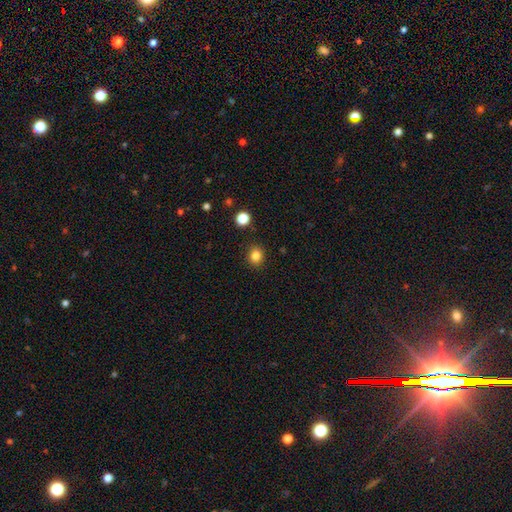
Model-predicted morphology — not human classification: Smooth or featured?
  - smooth: 83% *
  - star or artifact: 12%
  - featured or disk: 5%
How rounded?
  - round: 79% *
  - in between: 20%
  - cigar-shaped: 1%
Merging?
  - none: 90% *
  - minor disturbance: 7%
  - major disturbance: 2%
  - merger: 2%